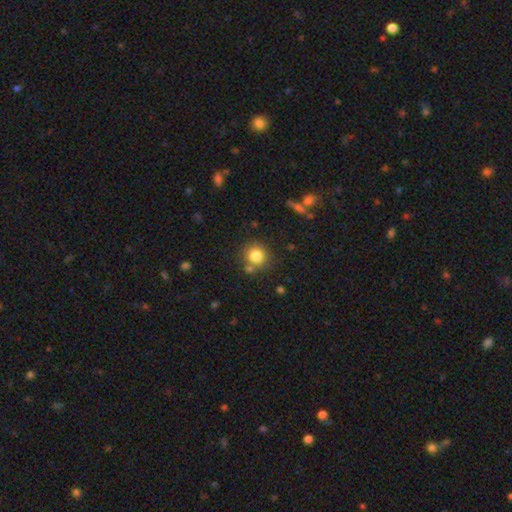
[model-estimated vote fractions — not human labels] This is clearly a smooth galaxy (82%). How rounded: clearly round (89%). Merging: likely none (76%).